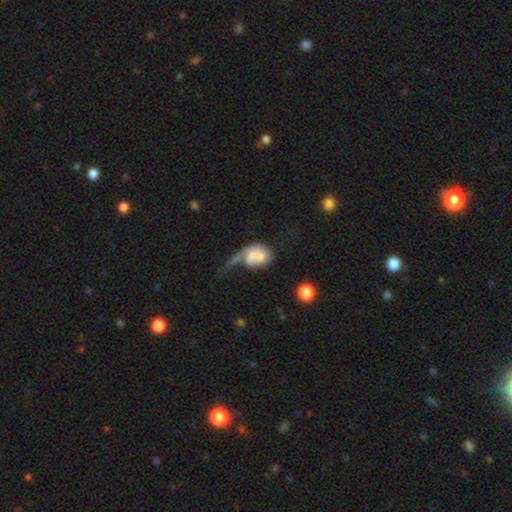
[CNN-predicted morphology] This is possibly a smooth galaxy (55%). How rounded: possibly in between (60%). Merging: marginally merger (39%).